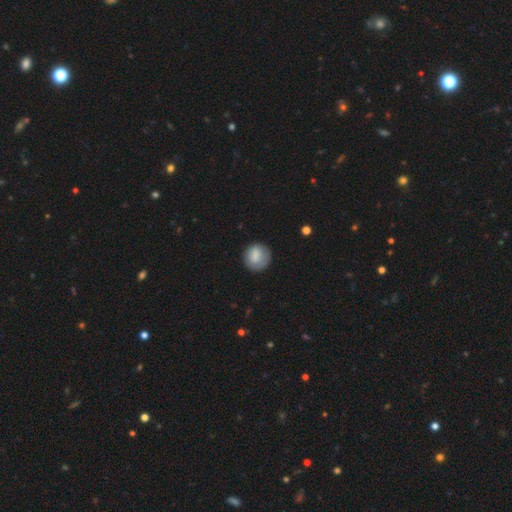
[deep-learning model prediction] smooth 82%, featured or disk 11%, star or artifact 7%. Down the decision tree: how rounded — round (87%); merging — none (78%).